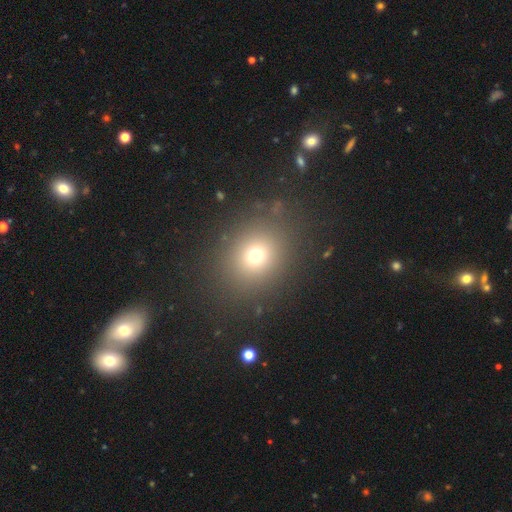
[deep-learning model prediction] Smooth or featured? Predicted: smooth (p=0.70). How rounded? Predicted: round (p=0.75). Merging? Predicted: none (p=0.83).